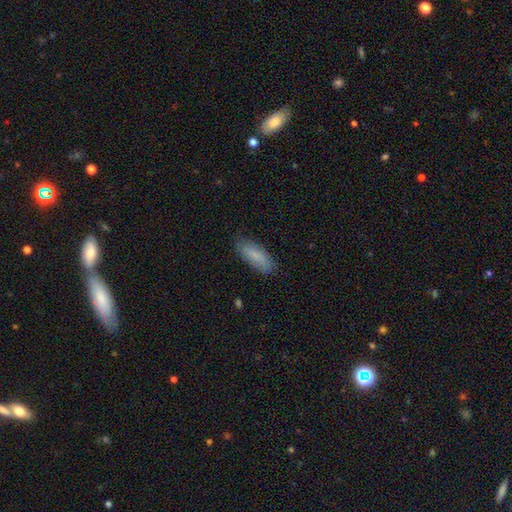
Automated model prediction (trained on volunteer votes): Morphology: type=smooth (81%); roundness=in between (70%); merging=none (82%).